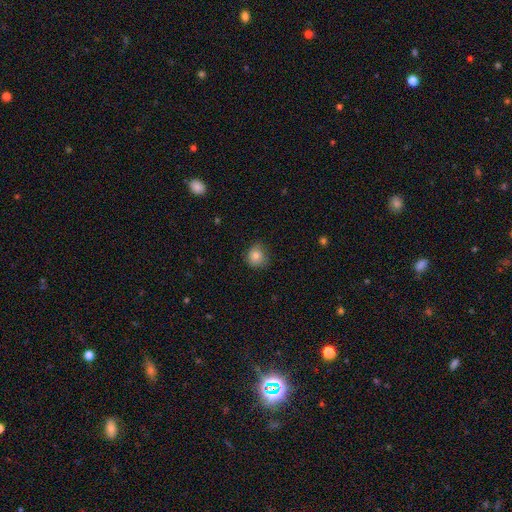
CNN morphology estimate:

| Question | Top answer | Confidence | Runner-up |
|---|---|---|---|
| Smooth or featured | smooth | 81% | star or artifact (10%) |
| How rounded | round | 82% | in between (17%) |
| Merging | none | 71% | minor disturbance (23%) |